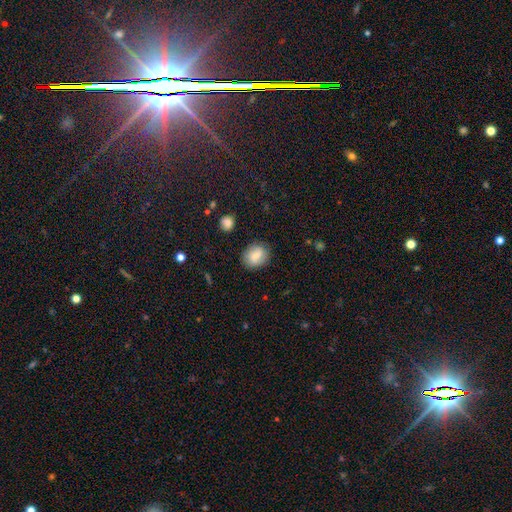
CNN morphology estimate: smooth 81%, featured or disk 11%, star or artifact 8%. Down the decision tree: how rounded — round (50%); merging — none (81%).